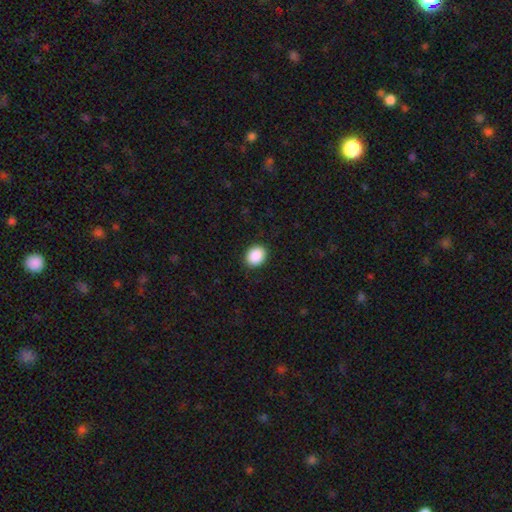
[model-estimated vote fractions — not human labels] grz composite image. It shows a smooth galaxy with no disk features (90%) that is round (58%). Merging: none (91%).